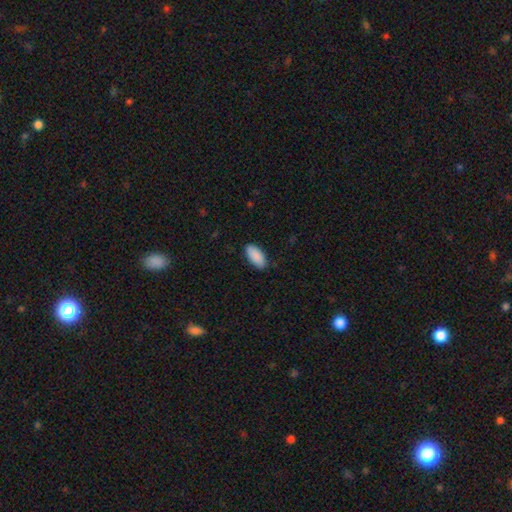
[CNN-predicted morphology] Smooth or featured? smooth (91%)
How rounded? in between (92%)
Merging? none (87%)